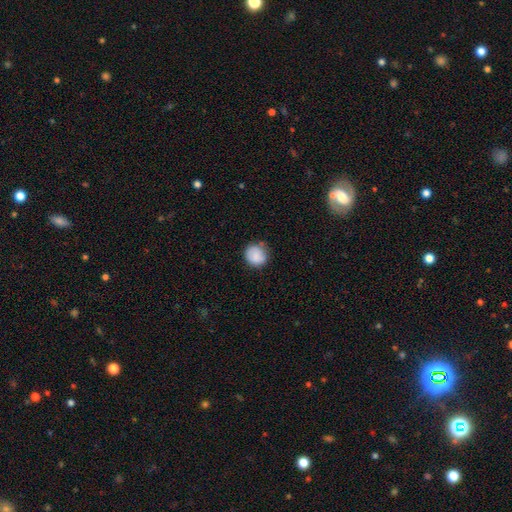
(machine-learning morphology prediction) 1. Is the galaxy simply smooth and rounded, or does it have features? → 85% smooth, 8% star or artifact, 7% featured or disk.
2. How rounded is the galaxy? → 86% round, 13% in between, 1% cigar-shaped.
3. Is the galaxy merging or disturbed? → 74% none, 19% minor disturbance, 4% major disturbance, 2% merger.